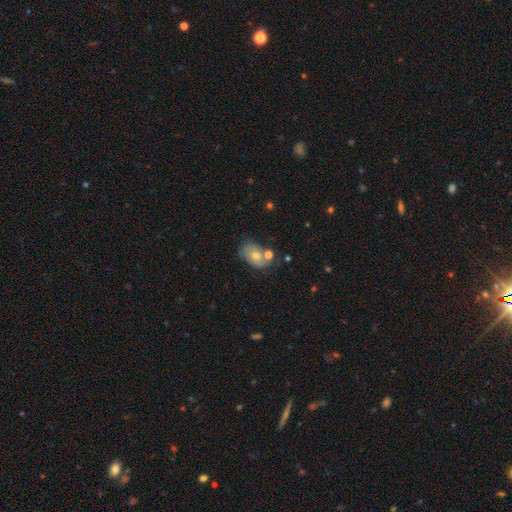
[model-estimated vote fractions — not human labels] smooth-or-featured: smooth: 50% | featured or disk: 37% | star or artifact: 12%
  how-rounded: in between: 76% | round: 22% | cigar-shaped: 2%
  merging: none: 55% | minor disturbance: 20% | merger: 18% | major disturbance: 7%